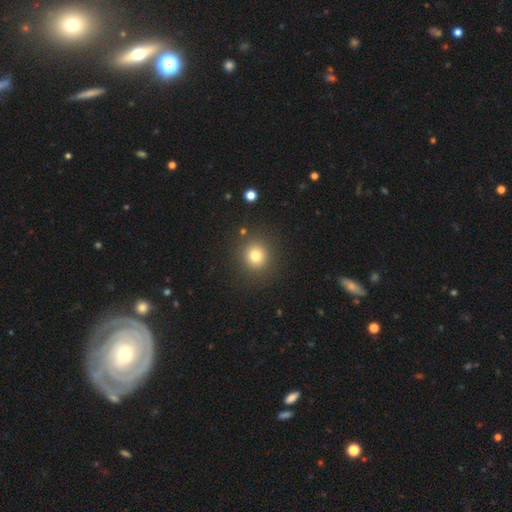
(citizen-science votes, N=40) smooth 80%, featured or disk 12%, star or artifact 8%. Down the decision tree: how rounded — round (88%); merging — none (89%).